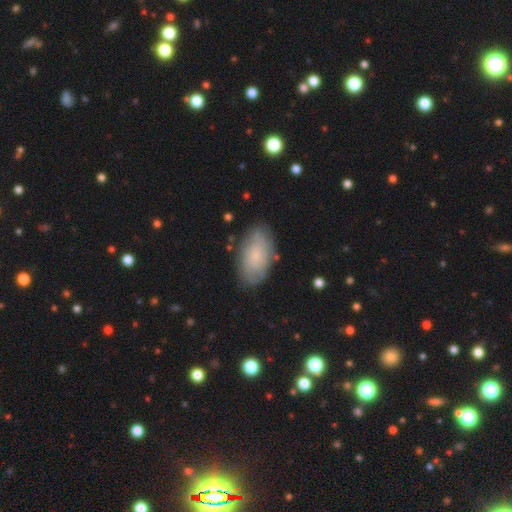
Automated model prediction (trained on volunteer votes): Smooth or featured? smooth (62%)
How rounded? in between (94%)
Merging? none (80%)